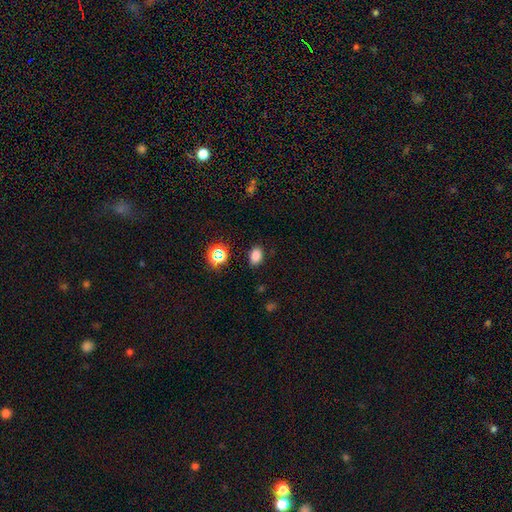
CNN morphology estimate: A smooth galaxy with no disk features (80%) that is in between round and cigar-shaped (79%). Merging: none (86%).